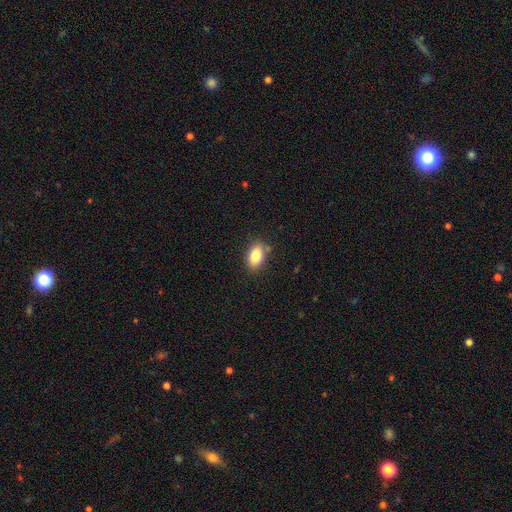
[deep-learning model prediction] This appears to be a smooth galaxy with no disk features (85%) that is in between round and cigar-shaped (88%). Merging: none (81%).